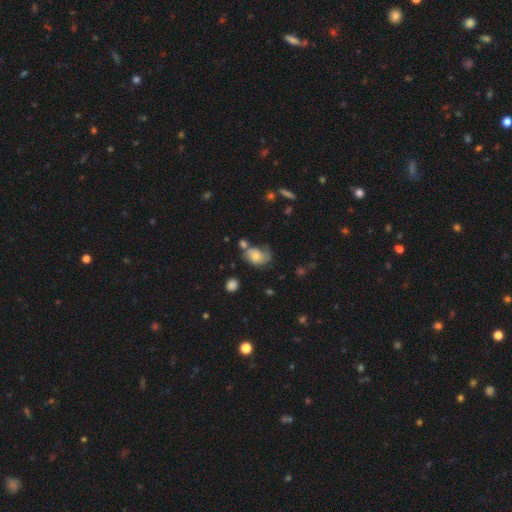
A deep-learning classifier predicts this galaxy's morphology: Smooth or featured: smooth — 55% (featured or disk — 35%)
How rounded: in between — 68% (round — 31%)
Merging: none — 35% (minor disturbance — 27%)